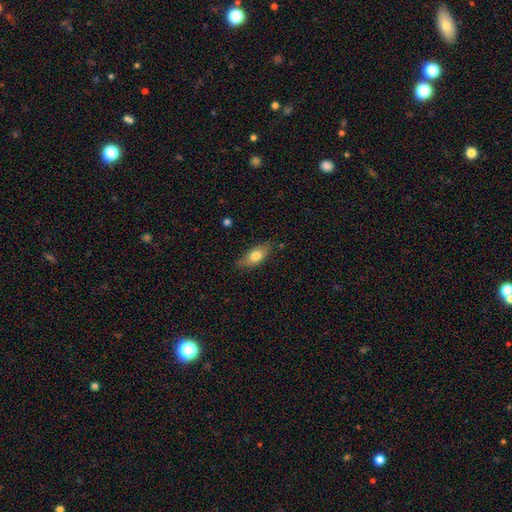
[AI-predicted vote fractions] This is likely a smooth galaxy (76%). How rounded: clearly in between (83%). Merging: likely none (78%).